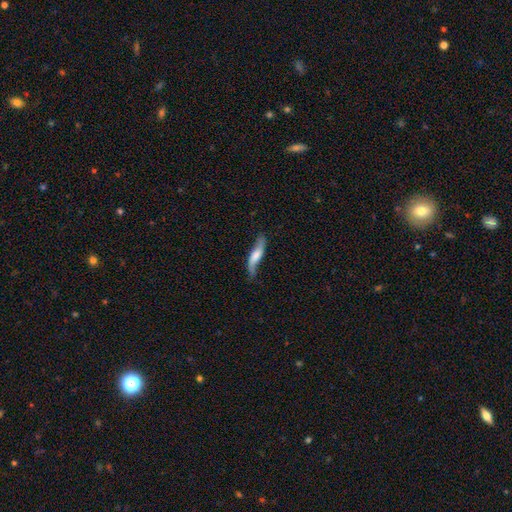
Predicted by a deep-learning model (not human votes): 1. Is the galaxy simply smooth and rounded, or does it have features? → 49% featured or disk, 45% smooth, 6% star or artifact.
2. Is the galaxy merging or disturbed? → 62% none, 28% minor disturbance, 8% major disturbance, 2% merger.